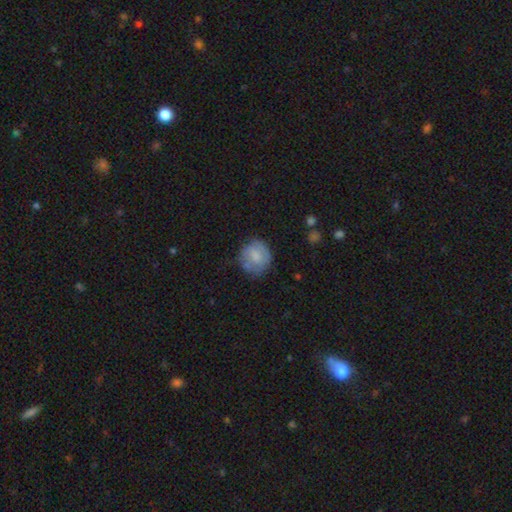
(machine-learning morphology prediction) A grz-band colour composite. It shows a smooth galaxy with no disk features (65%) that is round (83%). Merging: none (65%).